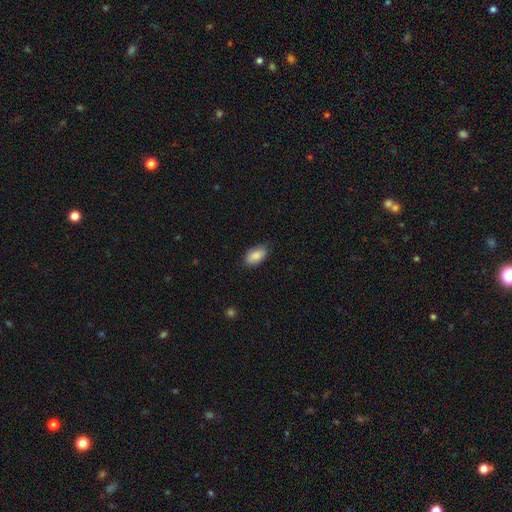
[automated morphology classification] type=smooth (88%); roundness=in between (93%); merging=none (82%).